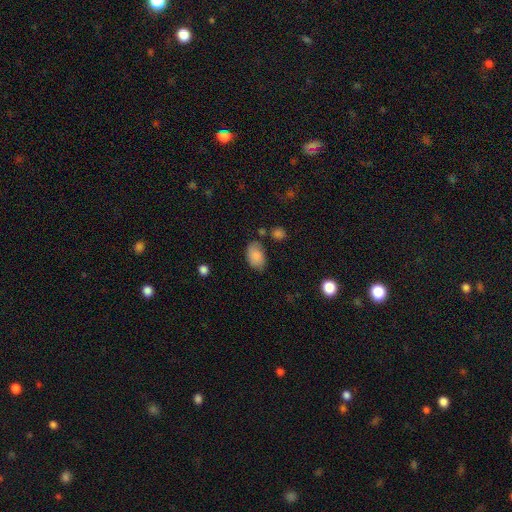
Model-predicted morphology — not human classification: Q: Smooth or featured?
A: smooth (83%); runner-up: featured or disk (9%)
Q: How rounded?
A: in between (91%); runner-up: round (7%)
Q: Merging?
A: none (70%); runner-up: minor disturbance (20%)